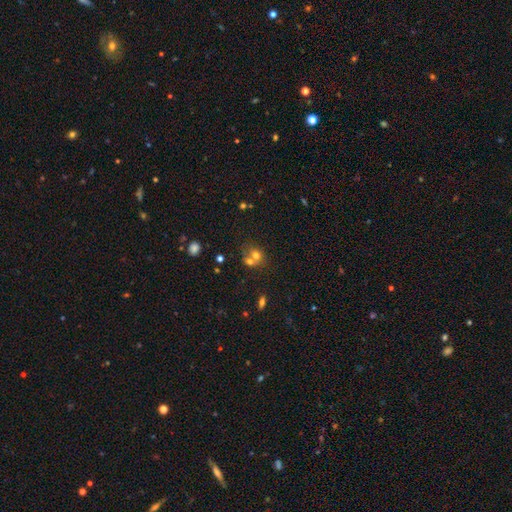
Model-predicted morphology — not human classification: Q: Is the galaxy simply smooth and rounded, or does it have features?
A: smooth — 65%.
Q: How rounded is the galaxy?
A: round — 67%.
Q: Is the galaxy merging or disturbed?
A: merger — 56%.